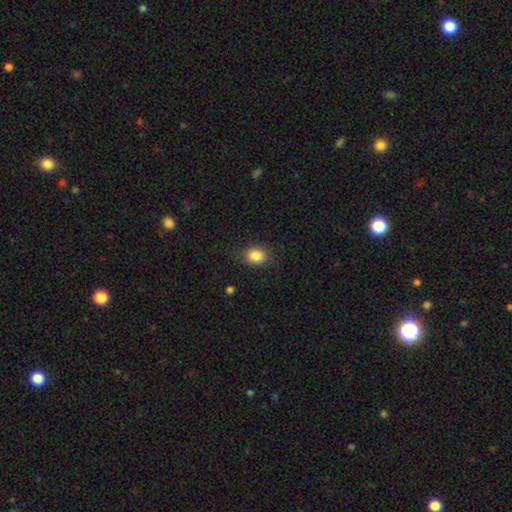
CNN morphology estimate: smooth 86%, star or artifact 9%, featured or disk 5%. Down the decision tree: how rounded — in between (55%); merging — none (84%).